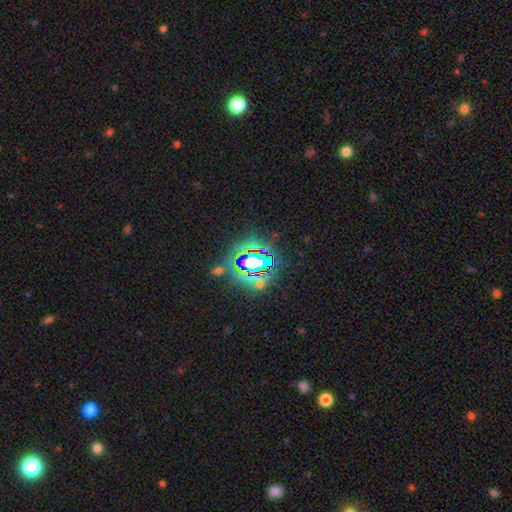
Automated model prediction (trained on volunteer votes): Smooth or featured: star or artifact — 82% (smooth — 11%)